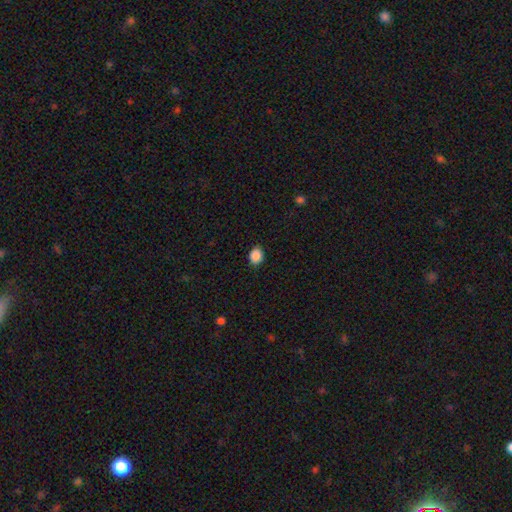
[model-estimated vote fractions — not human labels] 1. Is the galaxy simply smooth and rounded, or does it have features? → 89% smooth, 8% star or artifact, 3% featured or disk.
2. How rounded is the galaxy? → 52% in between, 47% round, 1% cigar-shaped.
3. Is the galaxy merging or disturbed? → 88% none, 9% minor disturbance, 2% major disturbance, 1% merger.